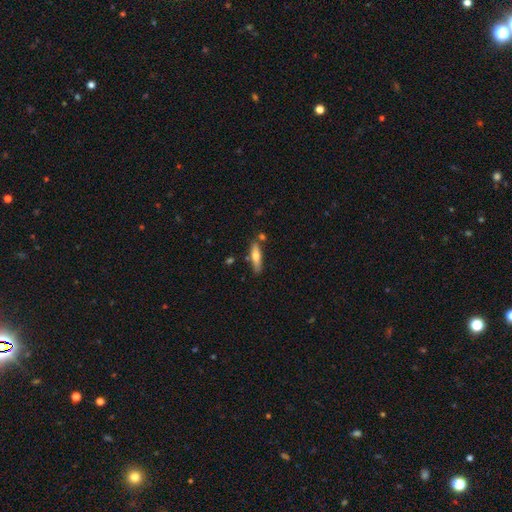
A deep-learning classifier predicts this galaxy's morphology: Q: Smooth or featured?
A: smooth (65%); runner-up: featured or disk (29%)
Q: How rounded?
A: cigar-shaped (70%); runner-up: in between (28%)
Q: Merging?
A: none (75%); runner-up: minor disturbance (15%)